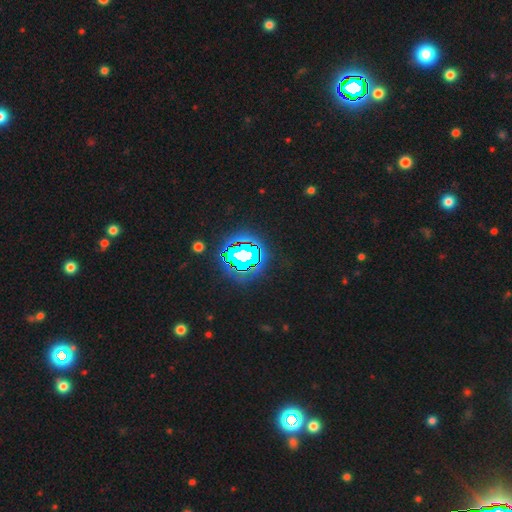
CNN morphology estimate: type=star or artifact (83%).